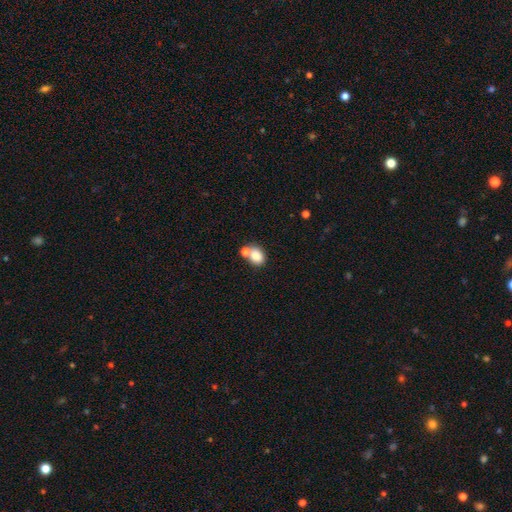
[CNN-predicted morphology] type=smooth (83%); roundness=in between (60%); merging=none (44%).